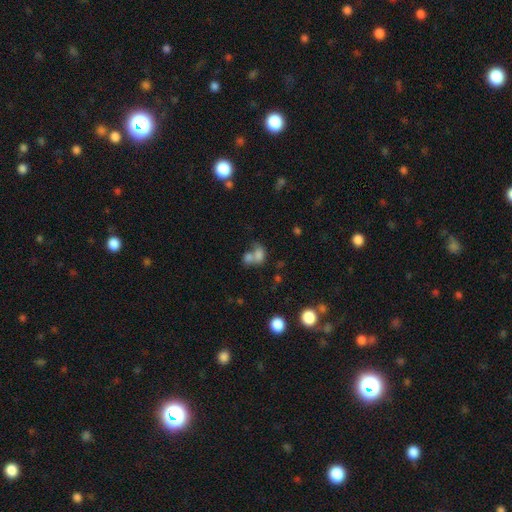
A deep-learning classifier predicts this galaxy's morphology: Overall: smooth (71%). How rounded: in between (64%; round 34%). Merging: merger (67%).